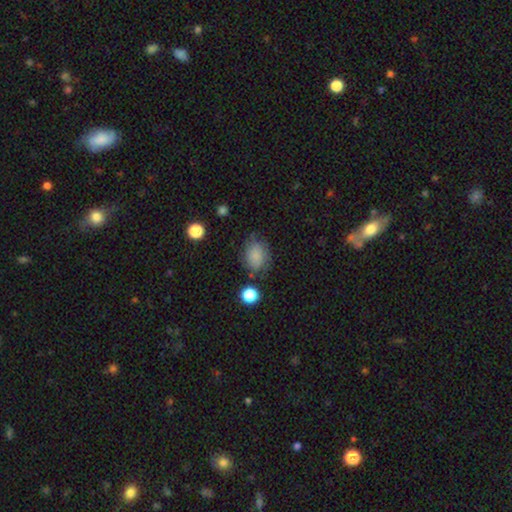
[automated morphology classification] Smooth or featured? smooth (78%)
How rounded? in between (57%)
Merging? none (64%)